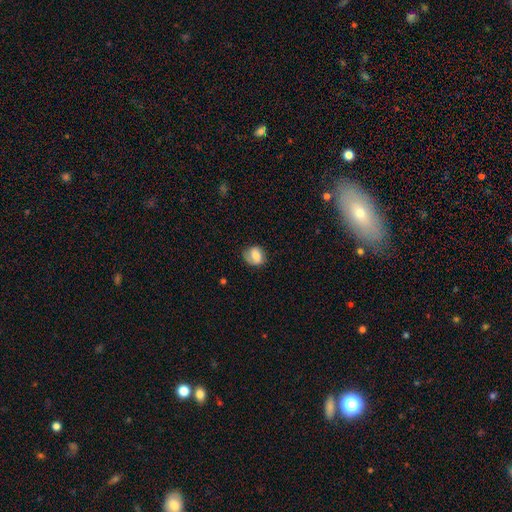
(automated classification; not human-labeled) Smooth or featured? Predicted: smooth (p=0.67). How rounded? Predicted: round (p=0.62). Merging? Predicted: none (p=0.68).